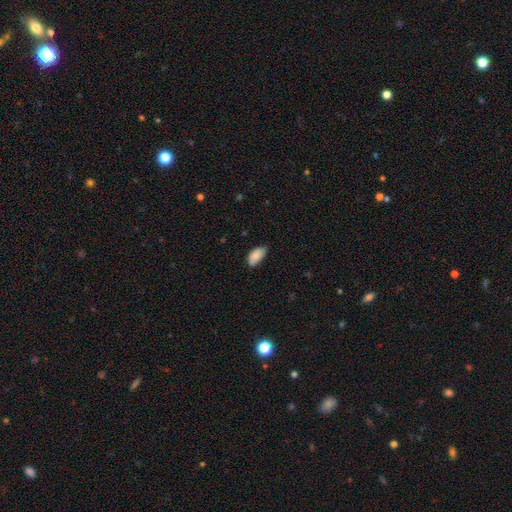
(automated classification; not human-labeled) Smooth or featured? smooth (87%)
How rounded? in between (93%)
Merging? none (64%)